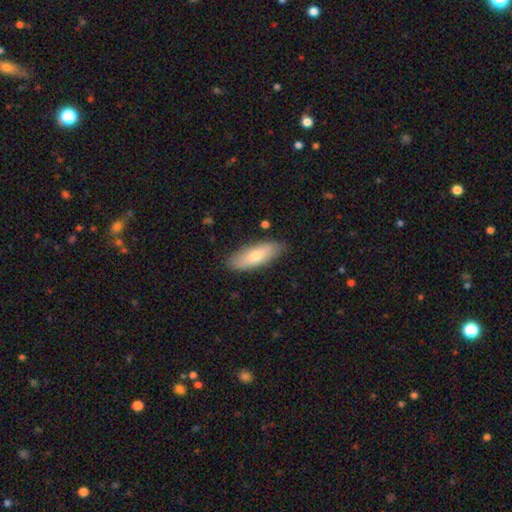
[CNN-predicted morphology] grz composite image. It shows a smooth galaxy with no disk features (71%) that is in between round and cigar-shaped (66%). Merging: none (86%).